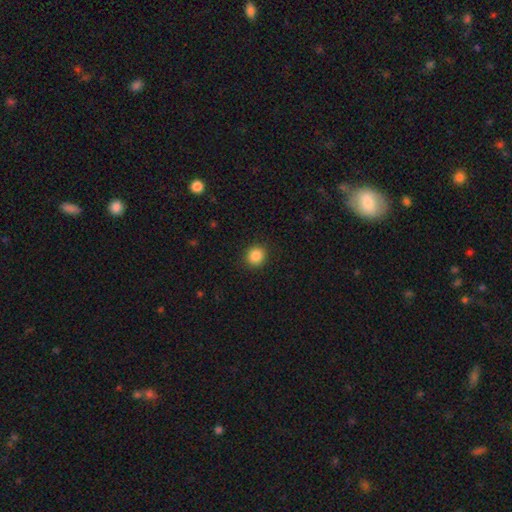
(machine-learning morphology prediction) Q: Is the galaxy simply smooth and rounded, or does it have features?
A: smooth — 87%.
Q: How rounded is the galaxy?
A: round — 86%.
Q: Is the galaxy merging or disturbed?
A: none — 91%.